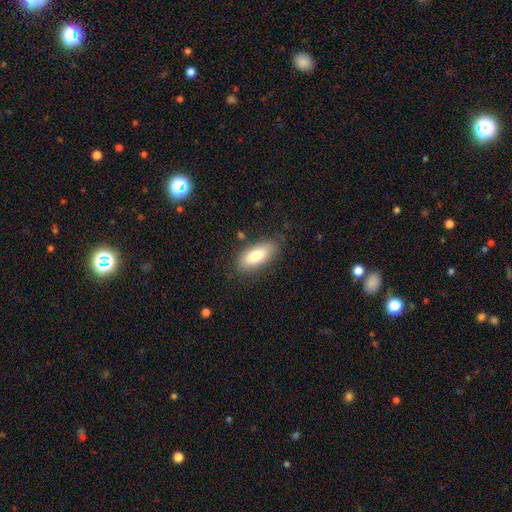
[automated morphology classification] A smooth galaxy with no disk features (81%) that is in between round and cigar-shaped (77%).

Vote fractions:
- Smooth or featured? smooth: 81% / featured or disk: 13% / star or artifact: 7%
- How rounded? in between: 77% / cigar-shaped: 21% / round: 2%
- Merging? none: 80% / minor disturbance: 14% / major disturbance: 4% / merger: 2%